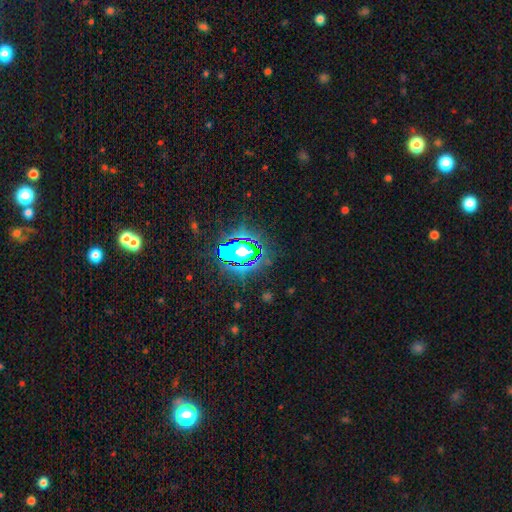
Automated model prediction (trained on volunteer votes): This appears to be a star or artifact, not a galaxy (82%).